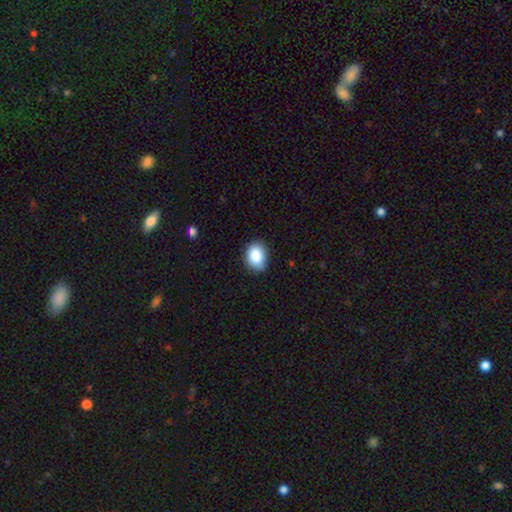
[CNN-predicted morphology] type=smooth (86%); roundness=in between (61%); merging=none (80%).